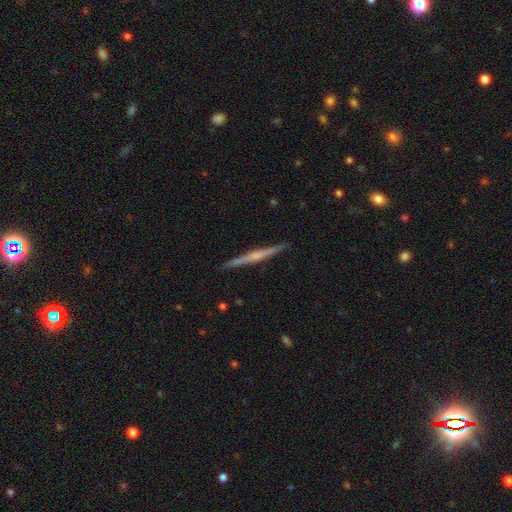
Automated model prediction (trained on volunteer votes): This is likely a featured or disk galaxy (74%). It is clearly viewed edge-on (98%). Edge-on bulge: possibly rounded (59%). Merging: clearly none (92%).